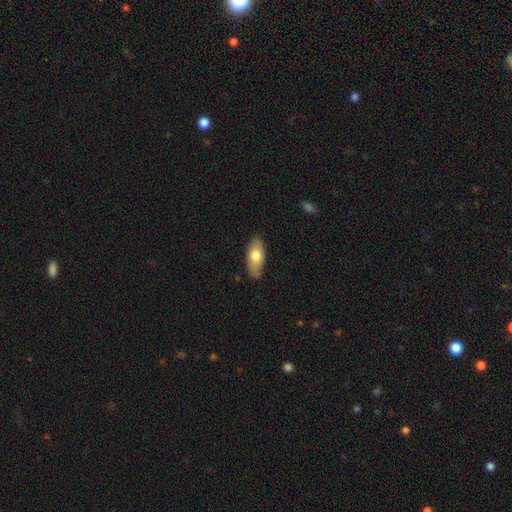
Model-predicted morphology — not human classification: type=smooth (73%); roundness=in between (86%); merging=none (80%).